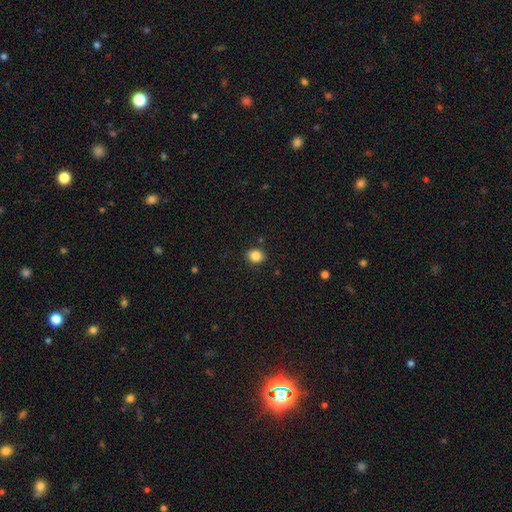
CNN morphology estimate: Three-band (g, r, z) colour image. It shows a smooth galaxy with no disk features (85%) that is round (65%). Merging: none (88%).